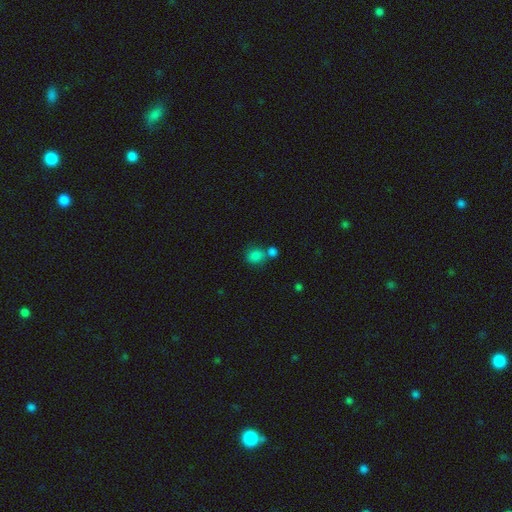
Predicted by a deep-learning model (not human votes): The model was most divided on "merging": none: 49%, merger: 35%, minor disturbance: 11%, major disturbance: 5%. More confident: smooth or featured — smooth (83%); how rounded — round (69%).